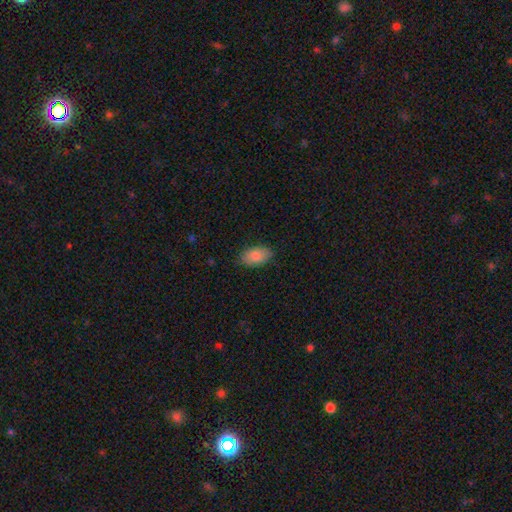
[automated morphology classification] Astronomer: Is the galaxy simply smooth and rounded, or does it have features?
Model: smooth — 86%.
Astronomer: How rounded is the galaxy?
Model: in between — 94%.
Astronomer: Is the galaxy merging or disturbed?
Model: none — 84%.